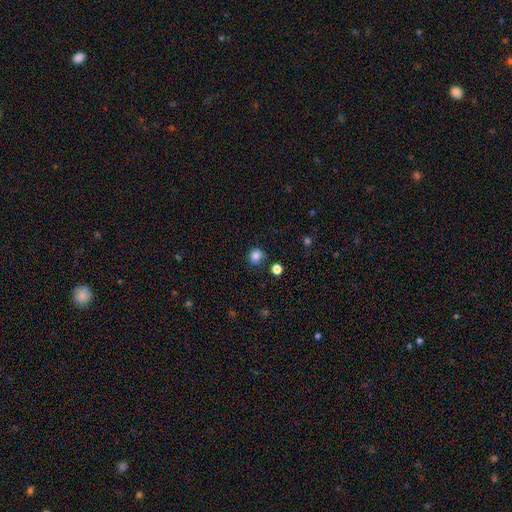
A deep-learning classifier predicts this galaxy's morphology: smooth_or_featured: smooth (p=0.84) [alt: star or artifact p=0.12]
how_rounded: round (p=0.81) [alt: in between p=0.18]
merging: none (p=0.81) [alt: minor disturbance p=0.12]